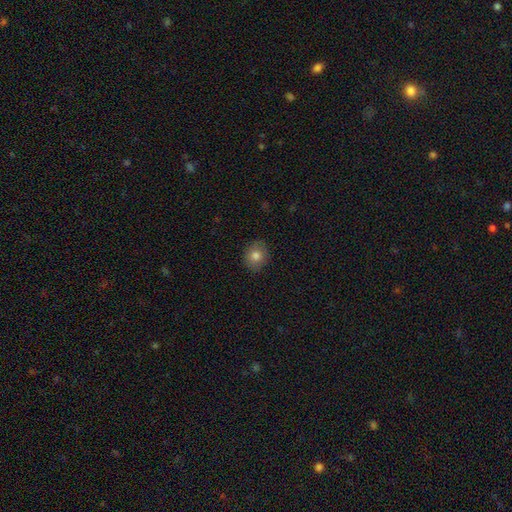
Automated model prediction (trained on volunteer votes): Morphology: type=smooth (79%); roundness=round (70%); merging=none (86%).